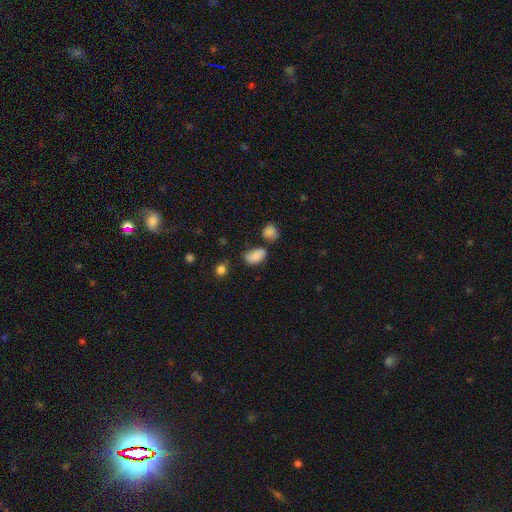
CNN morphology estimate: Smooth or featured? Predicted: smooth (p=0.84). How rounded? Predicted: in between (p=0.89). Merging? Predicted: none (p=0.57).